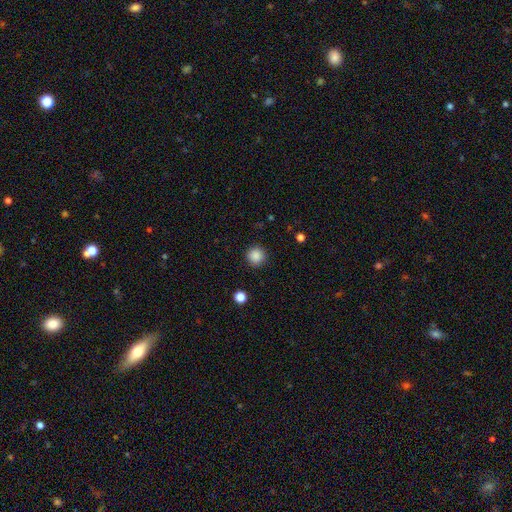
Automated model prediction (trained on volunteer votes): Smooth or featured?
  - smooth: 87% *
  - star or artifact: 10%
  - featured or disk: 3%
How rounded?
  - round: 95% *
  - in between: 4%
  - cigar-shaped: 1%
Merging?
  - none: 91% *
  - minor disturbance: 6%
  - major disturbance: 2%
  - merger: 1%